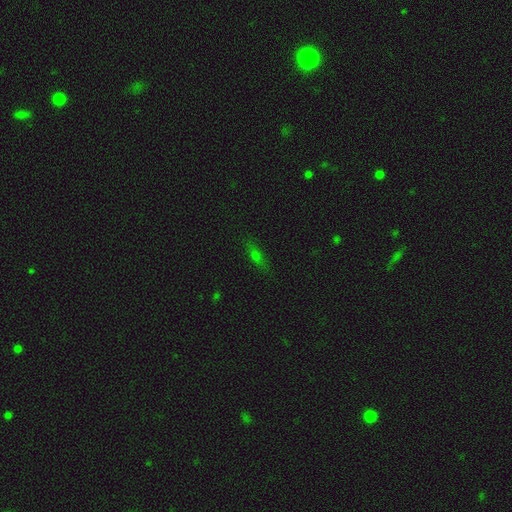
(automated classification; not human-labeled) This appears to be a smooth galaxy with no disk features (54%) that is cigar-shaped (52%). Merging: none (82%).